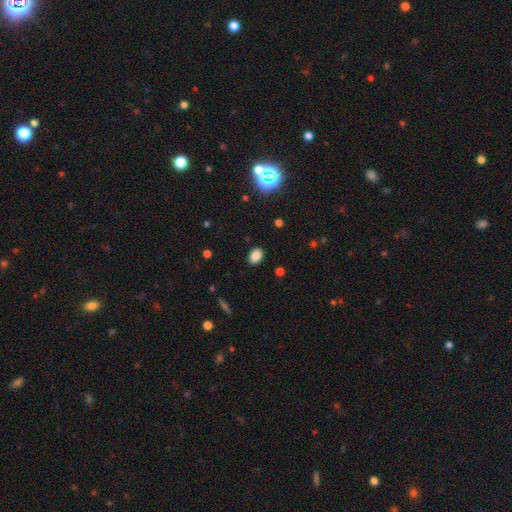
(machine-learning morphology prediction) Smooth or featured? smooth (84%)
How rounded? in between (77%)
Merging? none (87%)